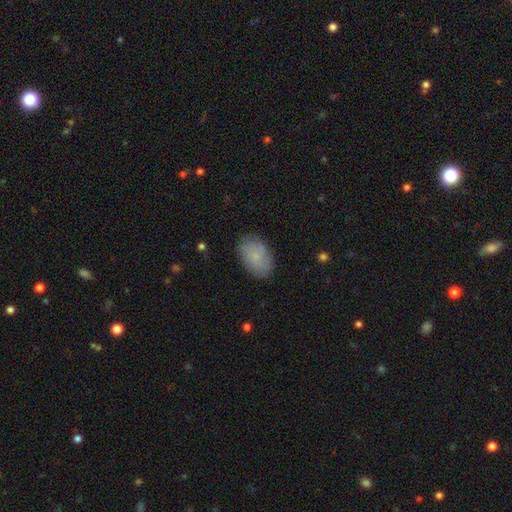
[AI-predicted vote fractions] smooth 79%, featured or disk 14%, star or artifact 7%. Down the decision tree: how rounded — in between (90%); merging — none (83%).